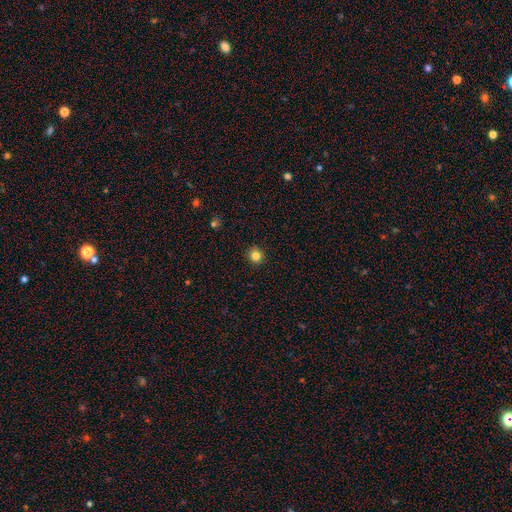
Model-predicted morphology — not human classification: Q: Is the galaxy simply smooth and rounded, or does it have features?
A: smooth — 83%.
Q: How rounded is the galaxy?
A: round — 93%.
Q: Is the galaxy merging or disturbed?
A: none — 92%.